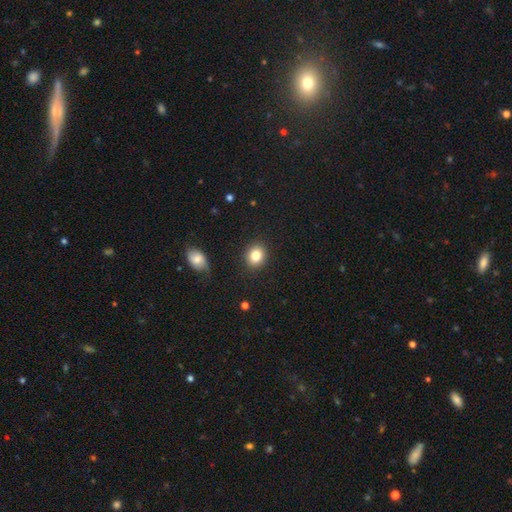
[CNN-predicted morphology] Smooth or featured?
  - smooth: 83% *
  - star or artifact: 10%
  - featured or disk: 7%
How rounded?
  - round: 68% *
  - in between: 31%
  - cigar-shaped: 1%
Merging?
  - none: 89% *
  - minor disturbance: 7%
  - major disturbance: 2%
  - merger: 2%